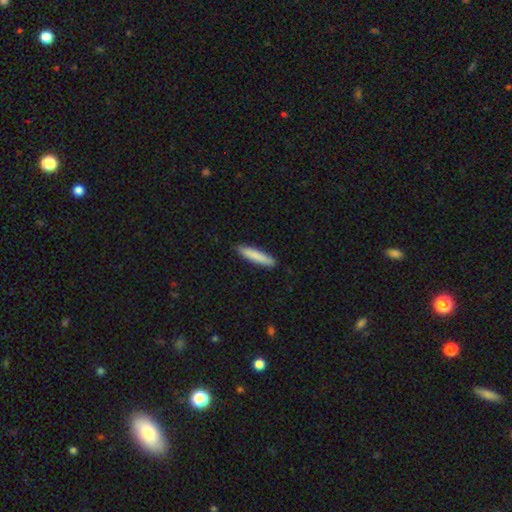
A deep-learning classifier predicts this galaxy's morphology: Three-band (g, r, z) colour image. It shows a smooth galaxy with no disk features (84%) that is cigar-shaped (89%). Merging: none (89%).